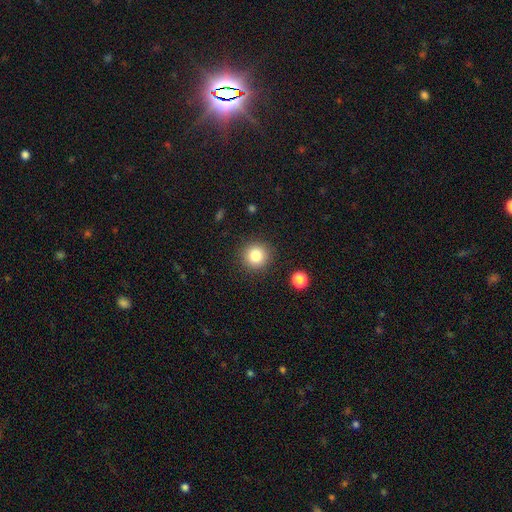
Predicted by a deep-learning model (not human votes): Morphology: type=smooth (82%); roundness=round (93%); merging=none (90%).